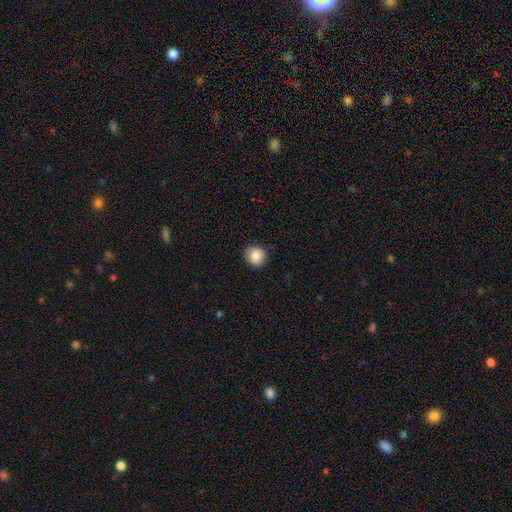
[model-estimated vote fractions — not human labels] smooth_or_featured: smooth (p=0.86) [alt: star or artifact p=0.09]
how_rounded: round (p=0.87) [alt: in between p=0.12]
merging: none (p=0.89) [alt: minor disturbance p=0.08]